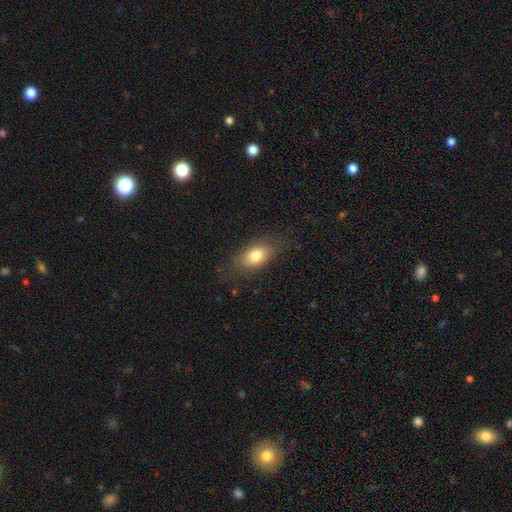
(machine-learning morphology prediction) The model was most divided on "merging": none: 78%, minor disturbance: 15%, major disturbance: 6%, merger: 1%. More confident: how rounded — in between (86%); smooth or featured — smooth (79%).